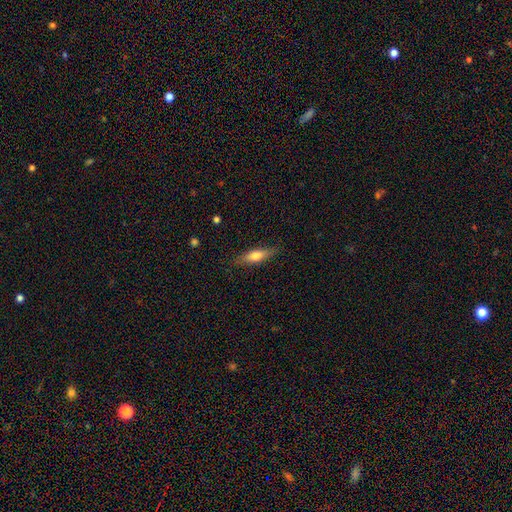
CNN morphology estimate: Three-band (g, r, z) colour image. It shows a smooth galaxy with no disk features (63%) that is cigar-shaped (58%). Merging: none (83%).